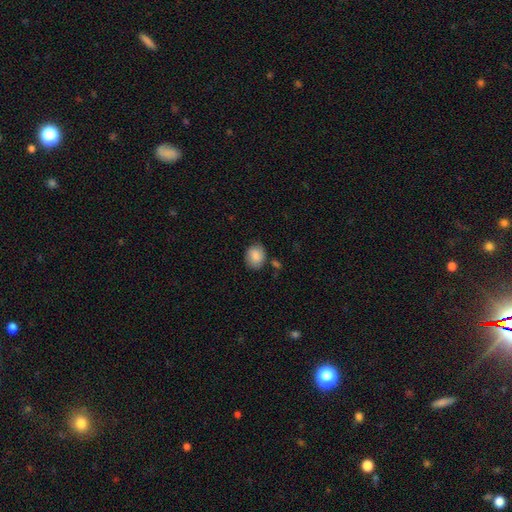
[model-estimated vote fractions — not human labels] smooth_or_featured: smooth (p=0.83) [alt: featured or disk p=0.10]
how_rounded: round (p=0.53) [alt: in between p=0.46]
merging: none (p=0.74) [alt: minor disturbance p=0.17]